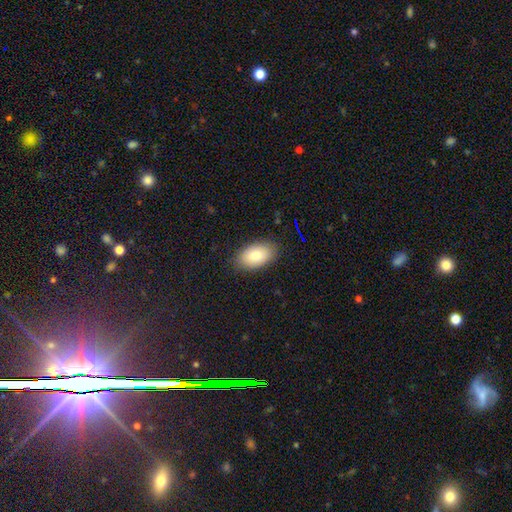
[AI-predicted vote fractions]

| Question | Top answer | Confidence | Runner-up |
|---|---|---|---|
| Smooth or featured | smooth | 83% | featured or disk (10%) |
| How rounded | in between | 94% | round (5%) |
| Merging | none | 85% | minor disturbance (11%) |